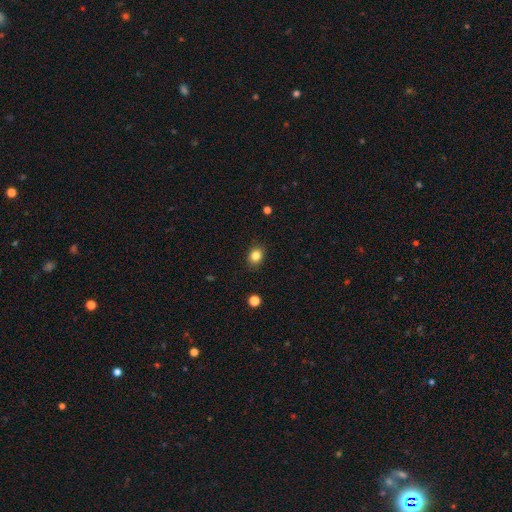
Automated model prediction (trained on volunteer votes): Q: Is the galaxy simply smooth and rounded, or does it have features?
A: smooth — 84%.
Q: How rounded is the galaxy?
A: round — 51%.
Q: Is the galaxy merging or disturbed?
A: none — 87%.